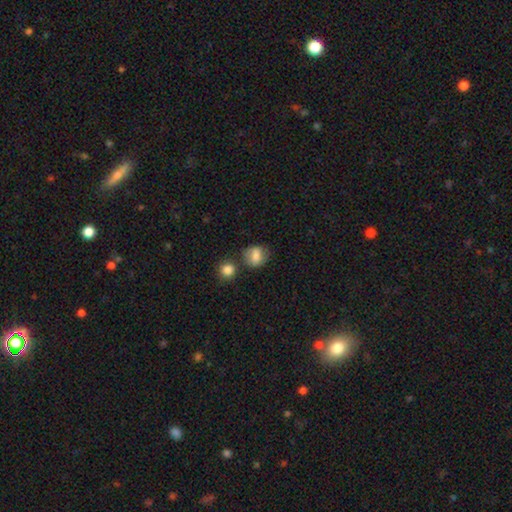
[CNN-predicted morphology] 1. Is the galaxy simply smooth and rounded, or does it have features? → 77% smooth, 14% featured or disk, 9% star or artifact.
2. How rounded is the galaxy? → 57% round, 41% in between, 2% cigar-shaped.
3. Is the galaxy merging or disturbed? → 64% none, 18% minor disturbance, 13% merger, 6% major disturbance.